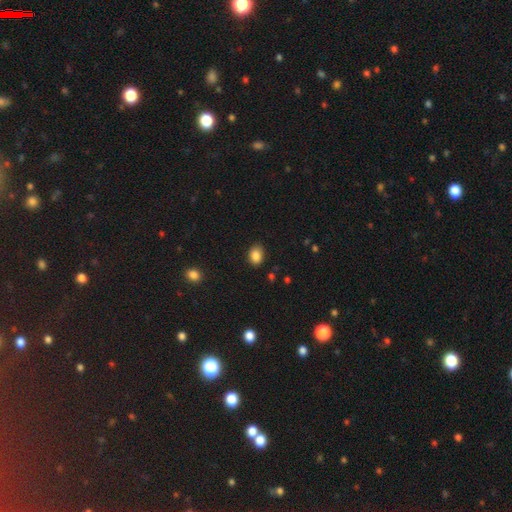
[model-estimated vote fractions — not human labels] The model was most divided on "how rounded": in between: 70%, round: 29%, cigar-shaped: 1%. More confident: smooth or featured — smooth (87%); merging — none (85%).